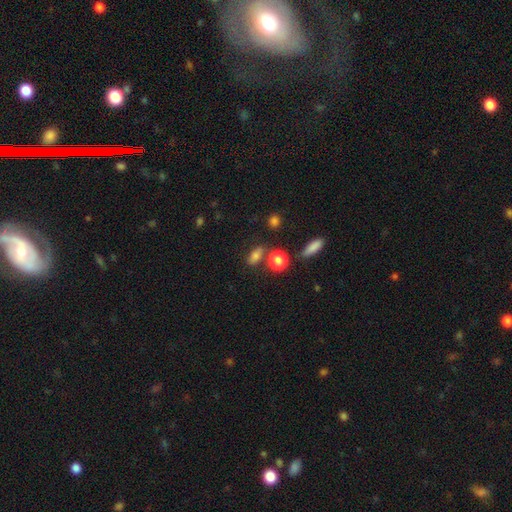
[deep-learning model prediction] The model was most divided on "how rounded": in between: 67%, round: 20%, cigar-shaped: 13%. More confident: smooth or featured — smooth (75%); merging — none (70%).